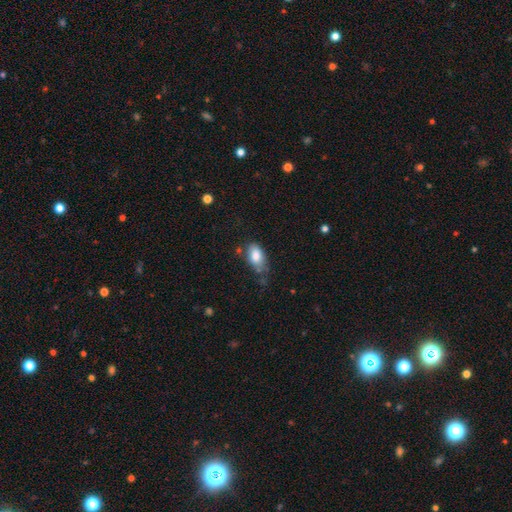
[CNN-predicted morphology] This appears to be a smooth galaxy with no disk features (82%) that is in between round and cigar-shaped (90%). Merging: none (49%).